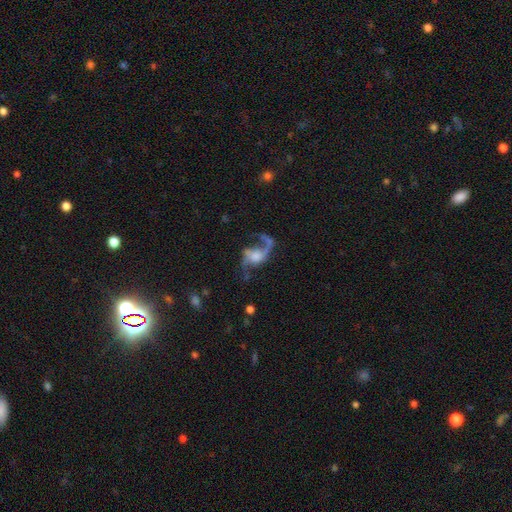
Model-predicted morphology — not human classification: Smooth or featured? featured or disk (81%)
Edge-on disk? no (96%)
Bar? no (63%)
Spiral arms? yes (92%)
Spiral winding? loose (80%)
Spiral arm count? 2 (78%)
Bulge size? moderate (30%)
Merging? none (48%)